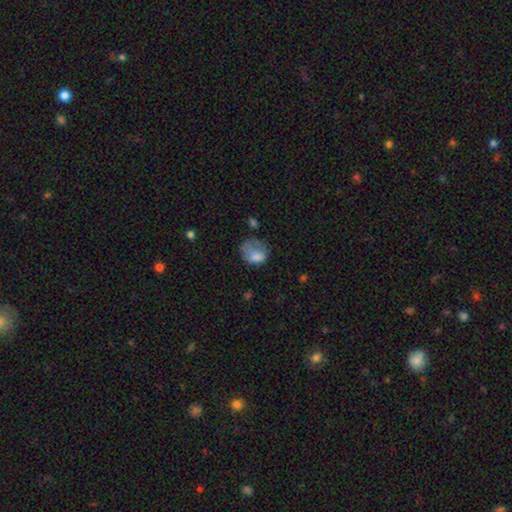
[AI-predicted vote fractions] smooth-or-featured: smooth: 73% | featured or disk: 18% | star or artifact: 10%
  how-rounded: in between: 54% | round: 45% | cigar-shaped: 1%
  merging: major disturbance: 38% | none: 30% | minor disturbance: 29% | merger: 3%